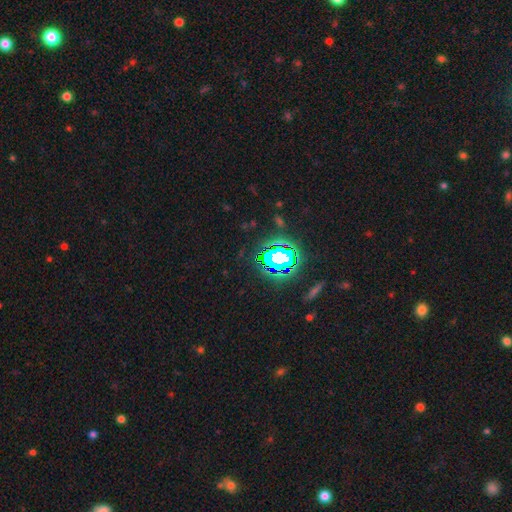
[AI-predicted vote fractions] smooth_or_featured: star or artifact (p=0.81) [alt: smooth p=0.12]